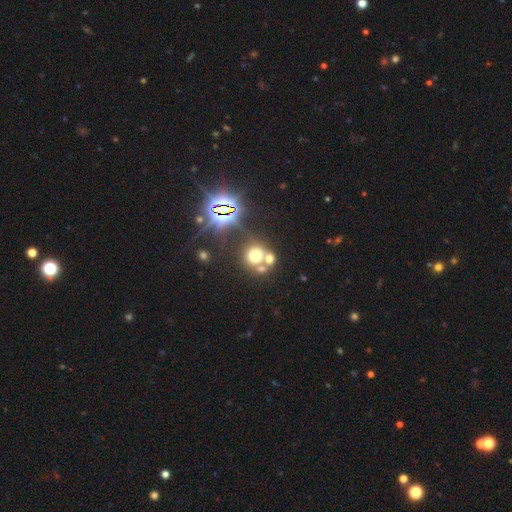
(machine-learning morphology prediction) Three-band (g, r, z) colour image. It shows a smooth galaxy with no disk features (59%) that is round (84%). Merging: merger (44%).